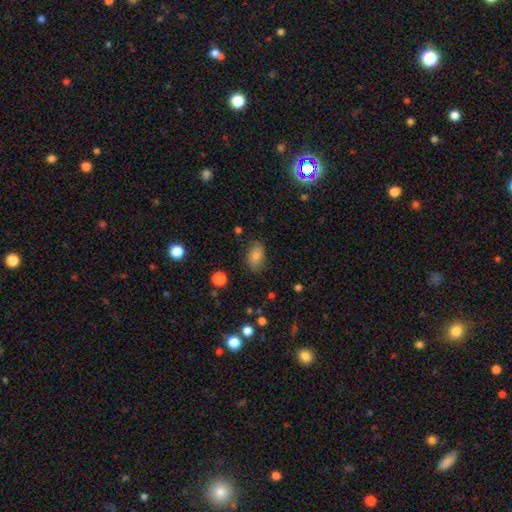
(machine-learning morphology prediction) This is likely a smooth galaxy (73%). How rounded: clearly in between (86%). Merging: clearly none (81%).